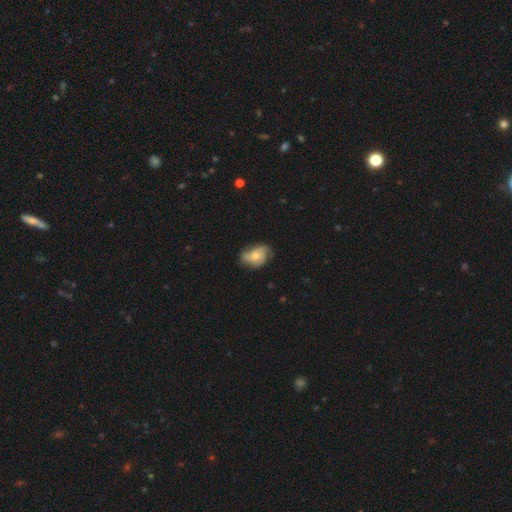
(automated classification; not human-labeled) A featured or disk galaxy (59%) with no bar (77%), spiral arms (86%) and a moderate central bulge (54%). Merging: none (59%).